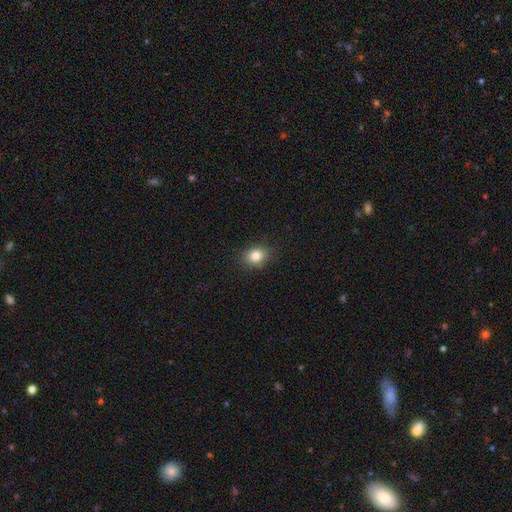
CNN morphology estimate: smooth-or-featured: smooth: 82% | star or artifact: 11% | featured or disk: 8%
  how-rounded: in between: 53% | round: 45% | cigar-shaped: 1%
  merging: none: 87% | minor disturbance: 10% | major disturbance: 2% | merger: 1%